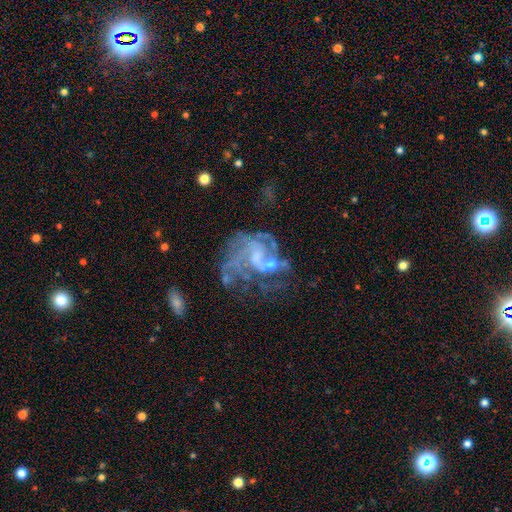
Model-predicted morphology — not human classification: smooth_or_featured: featured or disk (p=0.77) [alt: smooth p=0.12]
disk_edge_on: no (p=0.98) [alt: yes p=0.02]
bar: no (p=0.61) [alt: weak p=0.32]
has_spiral_arms: yes (p=0.70) [alt: no p=0.30]
spiral_winding: medium (p=0.40) [alt: loose p=0.38]
spiral_arm_count: can't tell (p=0.35) [alt: 2 p=0.27]
bulge_size: small (p=0.34) [alt: none p=0.32]
merging: major disturbance (p=0.39) [alt: none p=0.29]